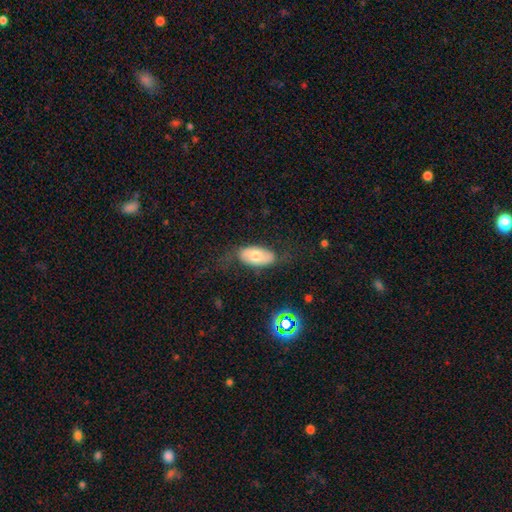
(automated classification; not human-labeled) This is likely a smooth galaxy (61%). How rounded: clearly in between (92%). Merging: likely none (67%).